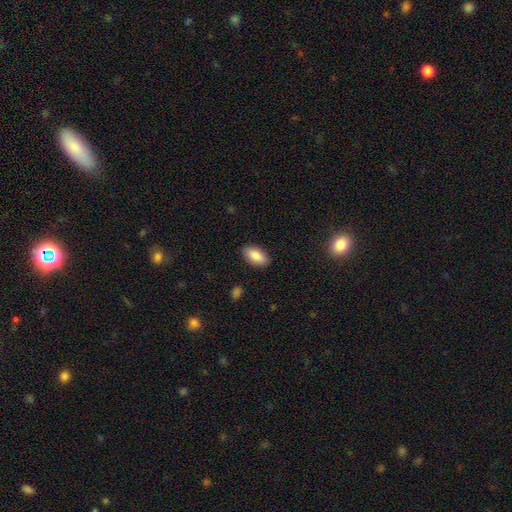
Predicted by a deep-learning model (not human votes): This appears to be a smooth galaxy with no disk features (88%) that is in between round and cigar-shaped (93%). Merging: none (88%).